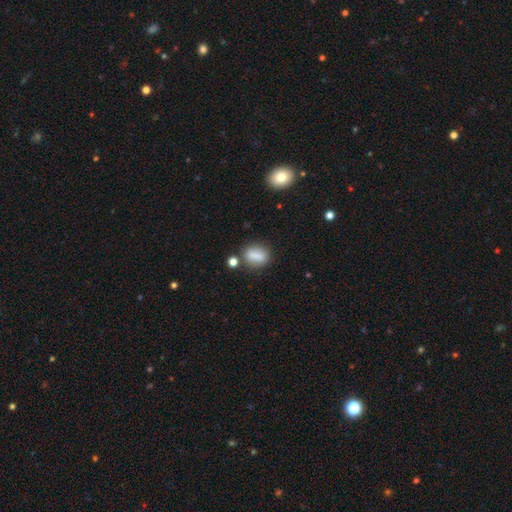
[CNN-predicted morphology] Smooth or featured?
  - smooth: 79% *
  - featured or disk: 12%
  - star or artifact: 9%
How rounded?
  - in between: 62% *
  - round: 29%
  - cigar-shaped: 9%
Merging?
  - none: 70% *
  - minor disturbance: 15%
  - merger: 11%
  - major disturbance: 5%